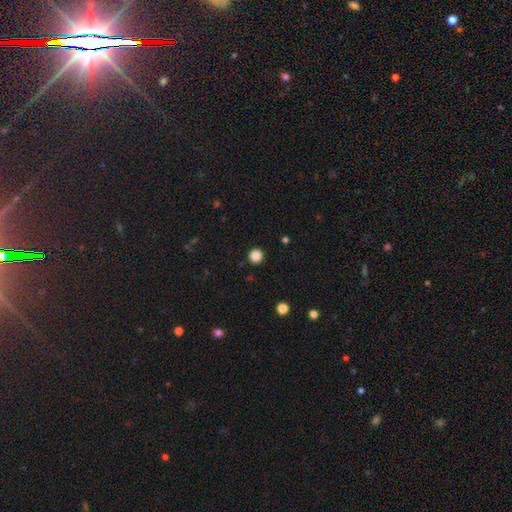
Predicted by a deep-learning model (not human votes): Overall: smooth (86%). How rounded: round (95%). Merging: none (93%).